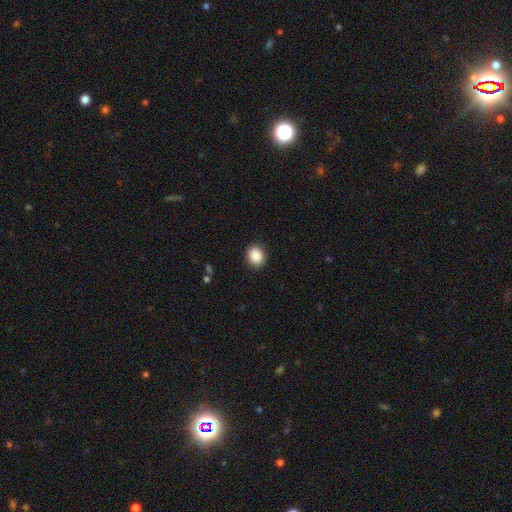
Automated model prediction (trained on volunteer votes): This appears to be a smooth galaxy with no disk features (88%) that is round (66%). Merging: none (90%).